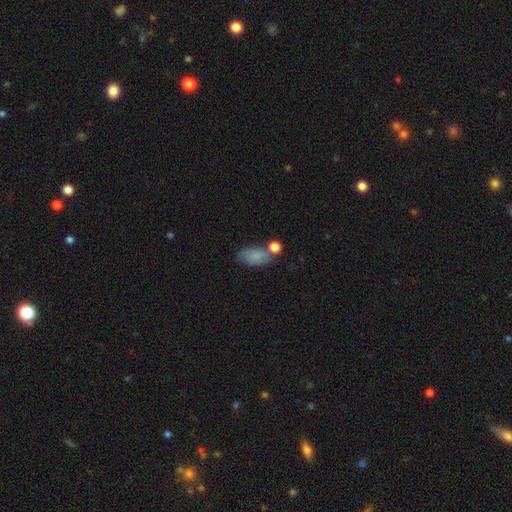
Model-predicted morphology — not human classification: smooth 81%, featured or disk 10%, star or artifact 9%. Down the decision tree: how rounded — in between (88%); merging — none (46%).